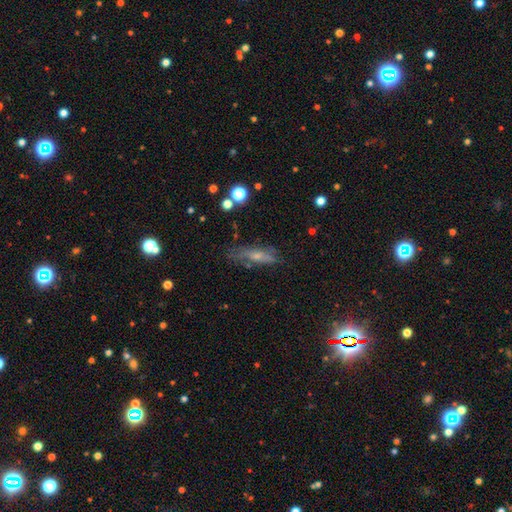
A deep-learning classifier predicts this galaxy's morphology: A featured or disk galaxy (44%).

Vote fractions:
- Smooth or featured? featured or disk: 44% / smooth: 40% / star or artifact: 16%
- Merging? none: 65% / minor disturbance: 23% / major disturbance: 10% / merger: 3%